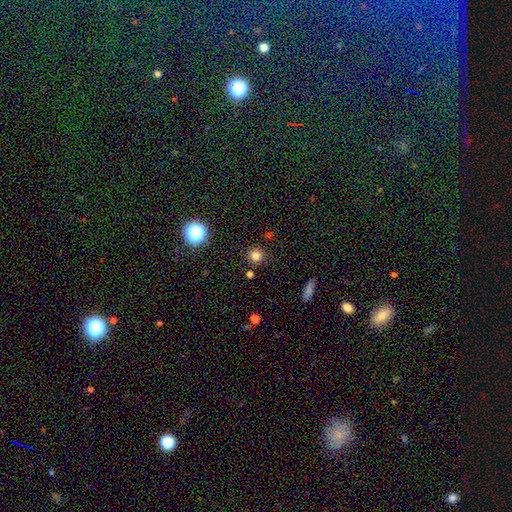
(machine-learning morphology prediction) Smooth or featured? smooth (80%)
How rounded? round (93%)
Merging? none (87%)